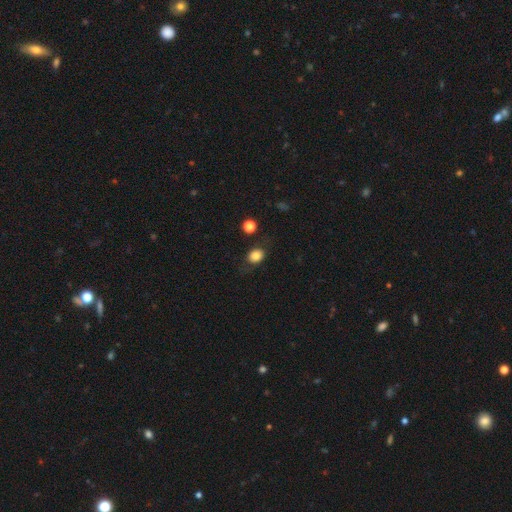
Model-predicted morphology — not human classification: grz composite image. It shows a smooth galaxy with no disk features (80%) that is round (51%). Merging: none (74%).